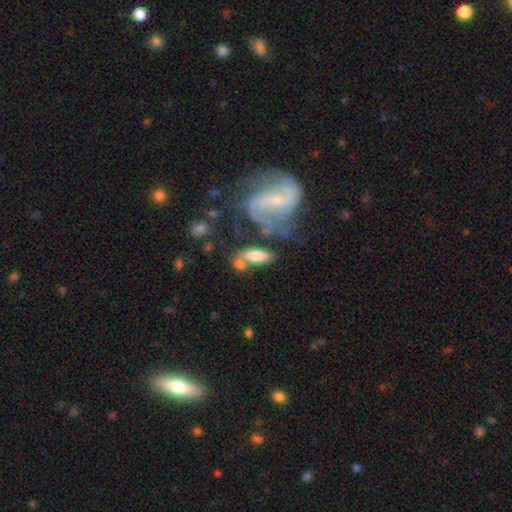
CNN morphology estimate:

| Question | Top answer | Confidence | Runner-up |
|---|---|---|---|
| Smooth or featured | smooth | 62% | featured or disk (31%) |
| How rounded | in between | 67% | cigar-shaped (28%) |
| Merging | none | 46% | merger (28%) |